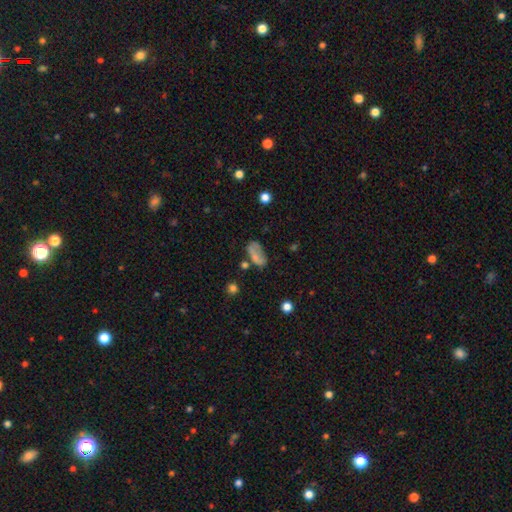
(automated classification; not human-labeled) smooth-or-featured: smooth: 70% | featured or disk: 19% | star or artifact: 11%
  how-rounded: in between: 90% | round: 5% | cigar-shaped: 5%
  merging: none: 47% | minor disturbance: 30% | major disturbance: 16% | merger: 7%